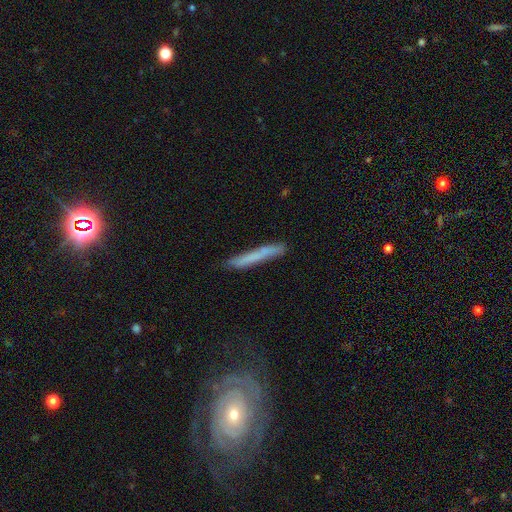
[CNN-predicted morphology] smooth-or-featured: smooth: 66% | featured or disk: 27% | star or artifact: 7%
  how-rounded: cigar-shaped: 96% | in between: 2% | round: 1%
  merging: none: 83% | minor disturbance: 13% | major disturbance: 3% | merger: 2%